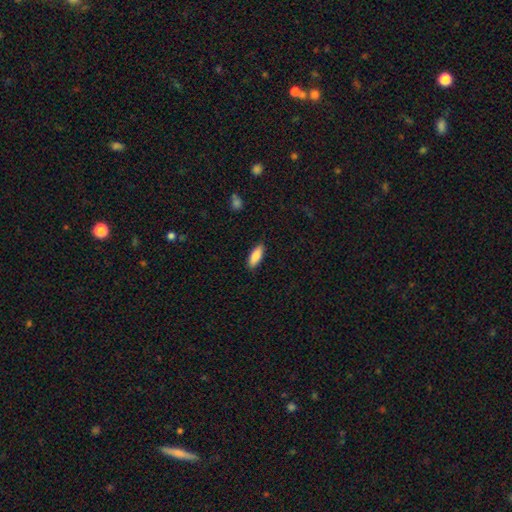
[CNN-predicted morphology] Q: Smooth or featured?
A: smooth (86%); runner-up: featured or disk (8%)
Q: How rounded?
A: in between (65%); runner-up: cigar-shaped (33%)
Q: Merging?
A: none (87%); runner-up: minor disturbance (10%)